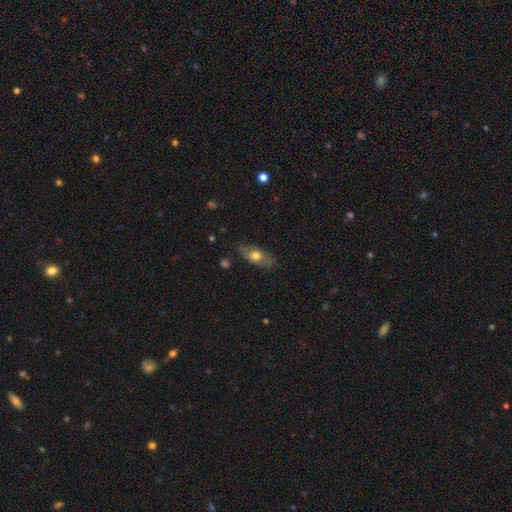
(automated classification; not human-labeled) This is likely a smooth galaxy (62%). How rounded: likely in between (80%). Merging: likely none (77%).